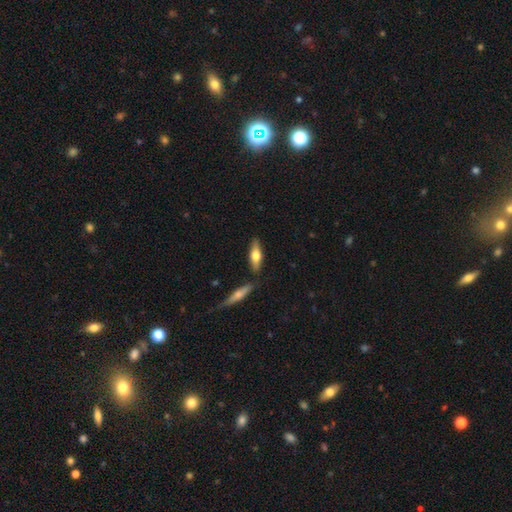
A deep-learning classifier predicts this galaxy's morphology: Smooth or featured?
  - smooth: 56% *
  - featured or disk: 39%
  - star or artifact: 6%
How rounded?
  - cigar-shaped: 51% *
  - in between: 47%
  - round: 2%
Merging?
  - none: 77% *
  - minor disturbance: 11%
  - merger: 9%
  - major disturbance: 2%